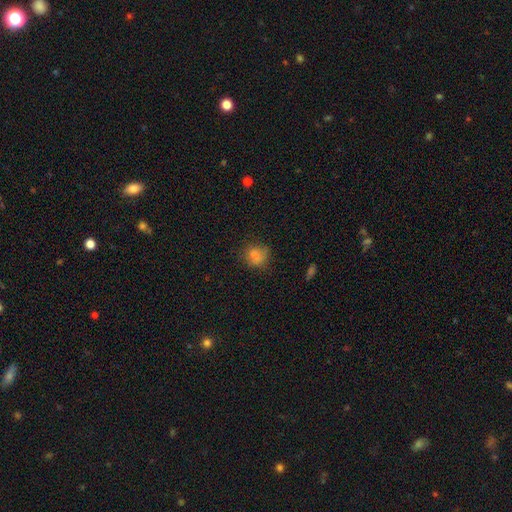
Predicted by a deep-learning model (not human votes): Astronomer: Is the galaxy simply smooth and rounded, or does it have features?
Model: smooth — 79%.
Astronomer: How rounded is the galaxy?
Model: round — 76%.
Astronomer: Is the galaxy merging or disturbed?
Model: none — 67%.